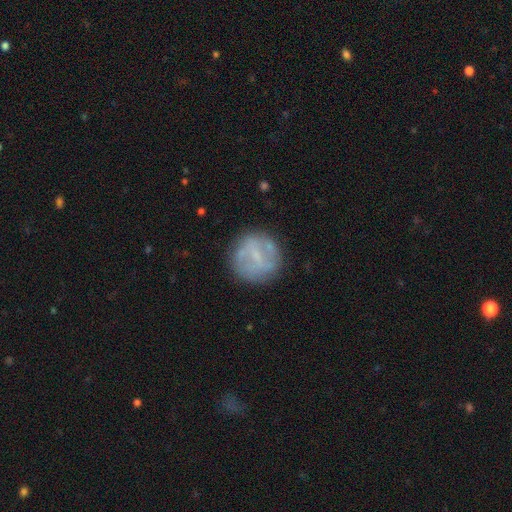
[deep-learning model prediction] smooth_or_featured: featured or disk (p=0.55) [alt: smooth p=0.37]
disk_edge_on: no (p=0.96) [alt: yes p=0.04]
bar: weak (p=0.46) [alt: strong p=0.28]
has_spiral_arms: no (p=0.55) [alt: yes p=0.45]
bulge_size: small (p=0.41) [tied with: none p=0.41]
merging: none (p=0.77) [alt: minor disturbance p=0.14]